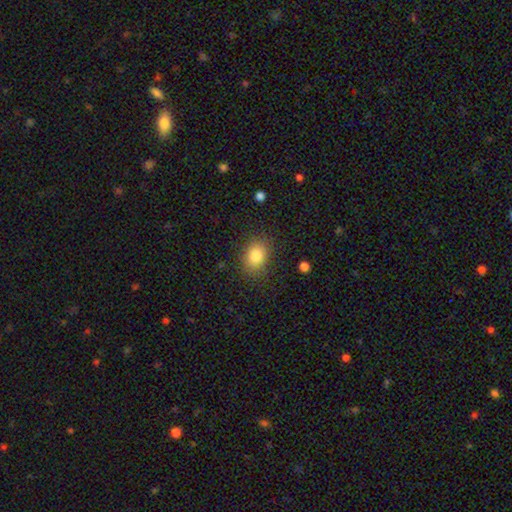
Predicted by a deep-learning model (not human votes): Smooth or featured: smooth — 83% (star or artifact — 9%)
How rounded: in between — 68% (round — 31%)
Merging: none — 83% (minor disturbance — 12%)